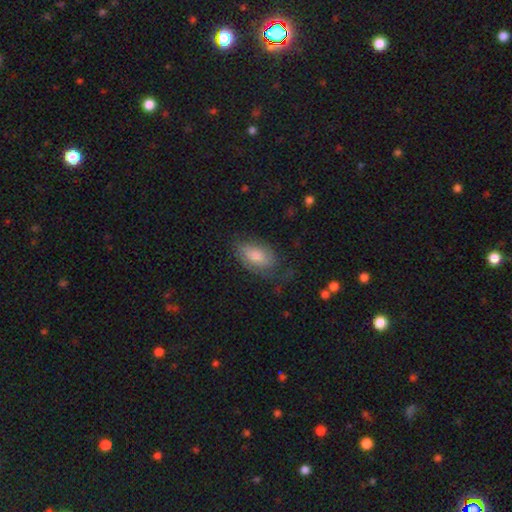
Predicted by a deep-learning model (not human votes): Smooth or featured: smooth — 63% (featured or disk — 30%)
How rounded: in between — 91% (round — 6%)
Merging: none — 59% (minor disturbance — 26%)